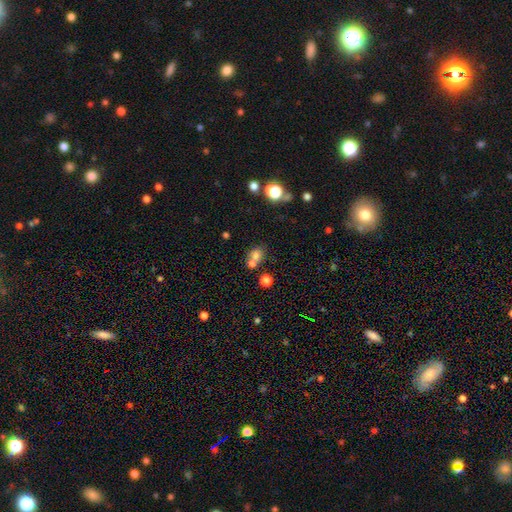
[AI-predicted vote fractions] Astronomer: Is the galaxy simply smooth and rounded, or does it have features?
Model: smooth — 69%.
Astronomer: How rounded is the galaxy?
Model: round — 62% (runner-up: in between, 37%).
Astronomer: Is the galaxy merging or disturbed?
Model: merger — 46% (runner-up: none, 41%).